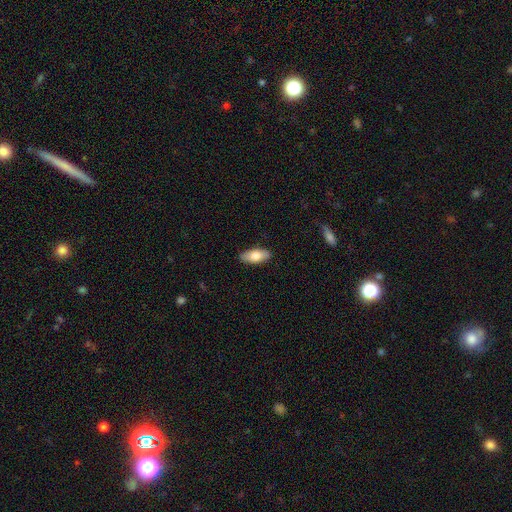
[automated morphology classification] smooth_or_featured: smooth (p=0.76) [alt: featured or disk p=0.18]
how_rounded: in between (p=0.88) [alt: cigar-shaped p=0.10]
merging: none (p=0.89) [alt: minor disturbance p=0.08]